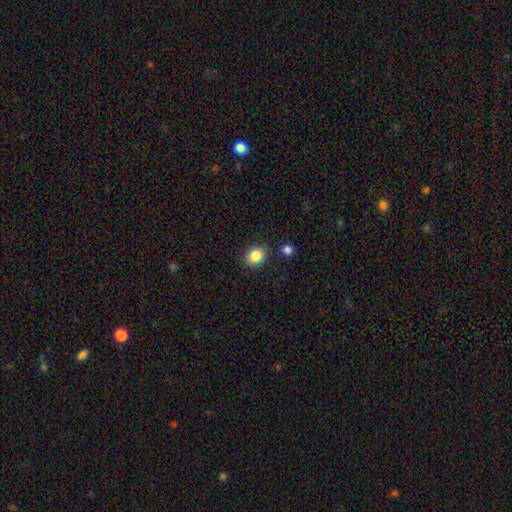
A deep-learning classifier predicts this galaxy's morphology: smooth_or_featured: smooth (p=0.85) [alt: star or artifact p=0.09]
how_rounded: round (p=0.57) [alt: in between p=0.42]
merging: none (p=0.85) [alt: minor disturbance p=0.09]